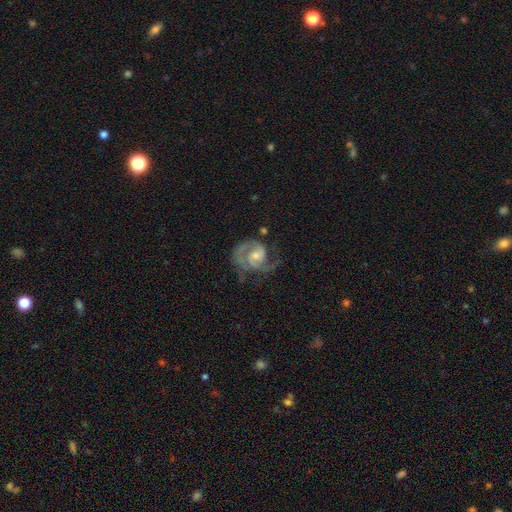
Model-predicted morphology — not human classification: The model was most divided on "spiral winding": medium: 48%, tight: 40%, loose: 12%. More confident: edge-on disk — no (98%); spiral arms — yes (96%); smooth or featured — featured or disk (88%); spiral arm count — 2 (72%); bar — no (56%); merging — none (55%); bulge size — small (54%).